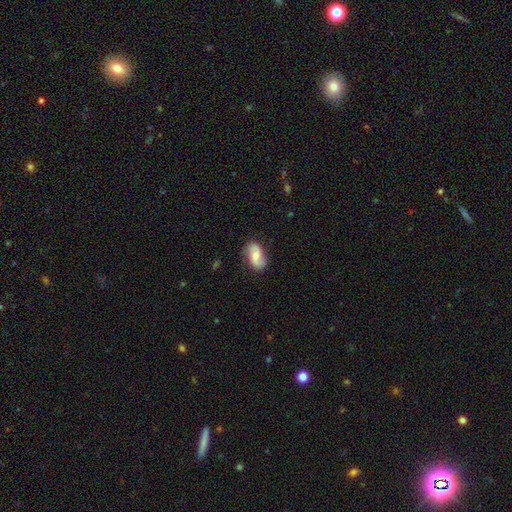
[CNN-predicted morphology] smooth_or_featured: featured or disk (p=0.51) [alt: smooth p=0.42]
disk_edge_on: no (p=0.96) [alt: yes p=0.04]
merging: none (p=0.80) [alt: minor disturbance p=0.15]